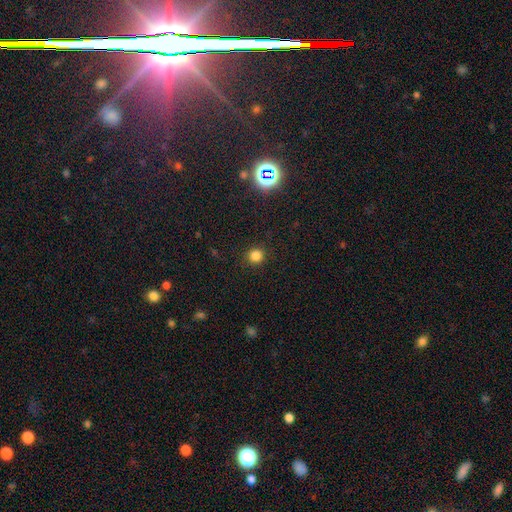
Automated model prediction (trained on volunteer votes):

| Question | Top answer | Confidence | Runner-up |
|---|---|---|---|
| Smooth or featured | smooth | 82% | star or artifact (15%) |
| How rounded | round | 92% | in between (7%) |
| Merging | none | 90% | minor disturbance (6%) |